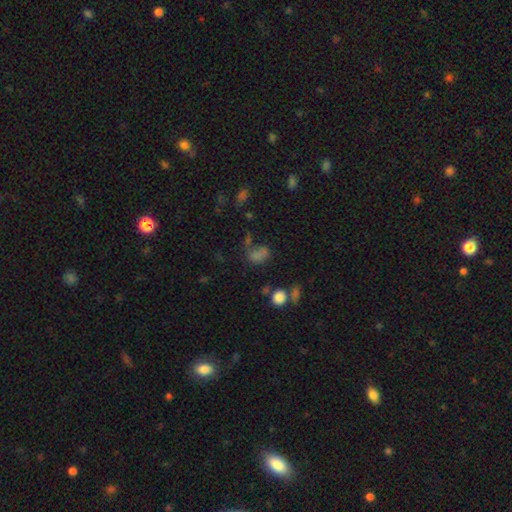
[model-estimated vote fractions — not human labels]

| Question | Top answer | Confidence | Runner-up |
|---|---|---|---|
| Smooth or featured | smooth | 62% | star or artifact (27%) |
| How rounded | in between | 66% | round (31%) |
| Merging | none | 44% | merger (24%) |